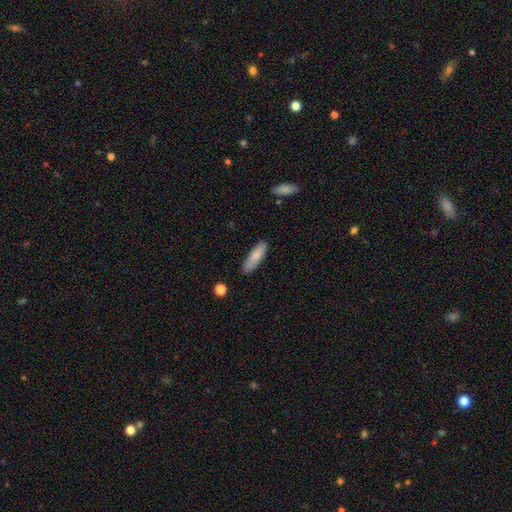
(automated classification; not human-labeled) The model was most divided on "how rounded": cigar-shaped: 57%, in between: 42%, round: 2%. More confident: merging — none (81%); smooth or featured — smooth (81%).